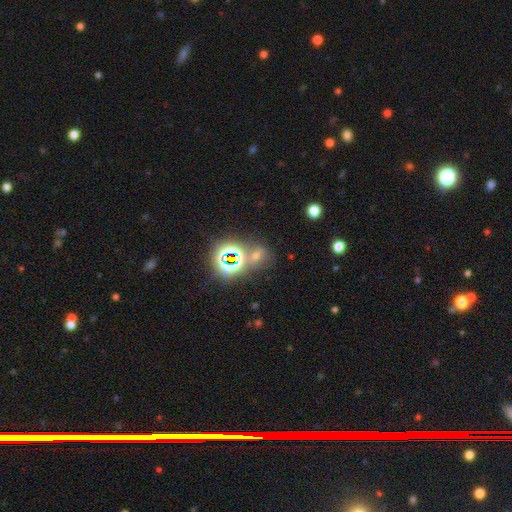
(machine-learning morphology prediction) A star or artifact, not a galaxy (56%).

Vote fractions:
- Smooth or featured? star or artifact: 56% / smooth: 33% / featured or disk: 11%